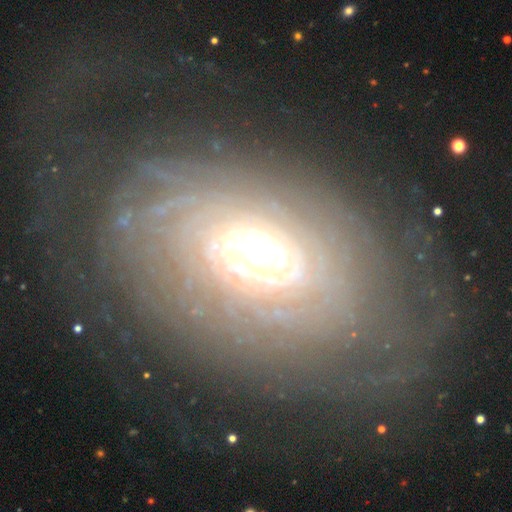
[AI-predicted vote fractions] Smooth or featured? featured or disk (83%)
Edge-on disk? no (94%)
Bar? no (74%)
Spiral arms? yes (91%)
Spiral winding? tight (82%)
Spiral arm count? can't tell (42%)
Bulge size? moderate (56%)
Merging? none (76%)